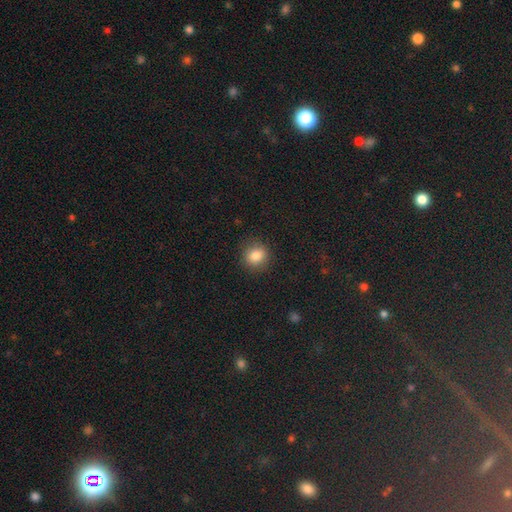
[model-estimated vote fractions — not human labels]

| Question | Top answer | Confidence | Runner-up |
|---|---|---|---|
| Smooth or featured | smooth | 84% | star or artifact (11%) |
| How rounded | round | 73% | in between (26%) |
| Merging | none | 86% | minor disturbance (9%) |